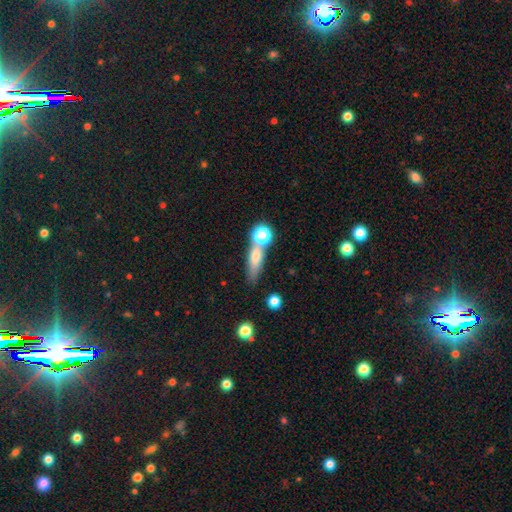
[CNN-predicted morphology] Smooth or featured?
  - smooth: 60% *
  - featured or disk: 27%
  - star or artifact: 13%
How rounded?
  - cigar-shaped: 57% *
  - in between: 32%
  - round: 12%
Merging?
  - none: 57% *
  - merger: 24%
  - minor disturbance: 13%
  - major disturbance: 6%